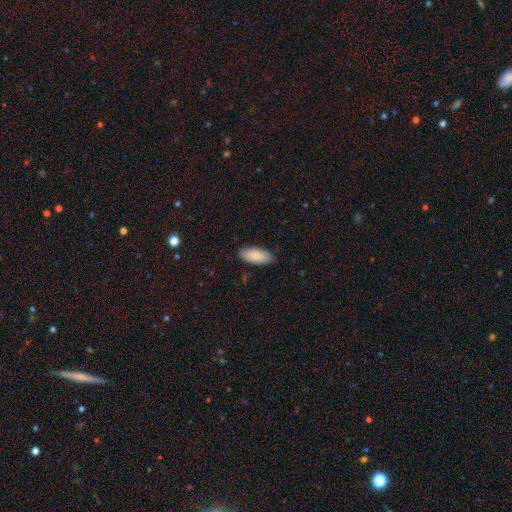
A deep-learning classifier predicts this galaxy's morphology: A smooth galaxy with no disk features (87%) that is in between round and cigar-shaped (84%).

Vote fractions:
- Smooth or featured? smooth: 87% / featured or disk: 7% / star or artifact: 6%
- How rounded? in between: 84% / cigar-shaped: 14% / round: 2%
- Merging? none: 88% / minor disturbance: 9% / major disturbance: 2% / merger: 1%